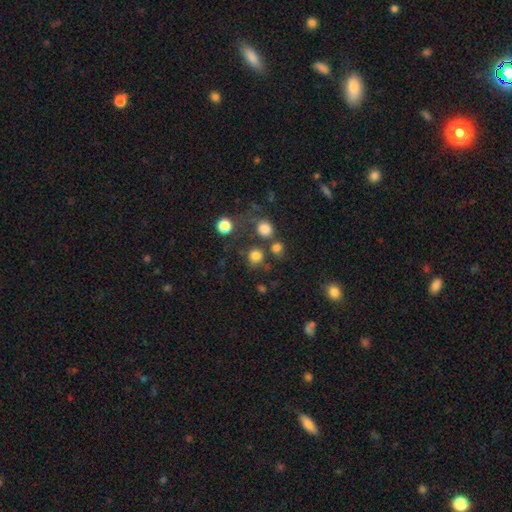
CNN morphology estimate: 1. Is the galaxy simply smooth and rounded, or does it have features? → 78% smooth, 16% star or artifact, 6% featured or disk.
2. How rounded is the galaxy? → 90% round, 9% in between, 1% cigar-shaped.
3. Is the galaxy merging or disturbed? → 70% none, 15% merger, 10% minor disturbance, 5% major disturbance.